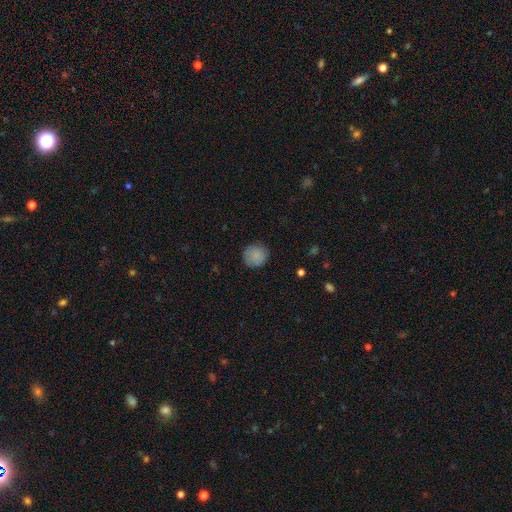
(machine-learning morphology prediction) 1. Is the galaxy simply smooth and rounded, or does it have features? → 86% smooth, 8% star or artifact, 5% featured or disk.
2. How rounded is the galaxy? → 92% round, 7% in between, 1% cigar-shaped.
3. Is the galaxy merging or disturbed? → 84% none, 11% minor disturbance, 3% major disturbance, 1% merger.